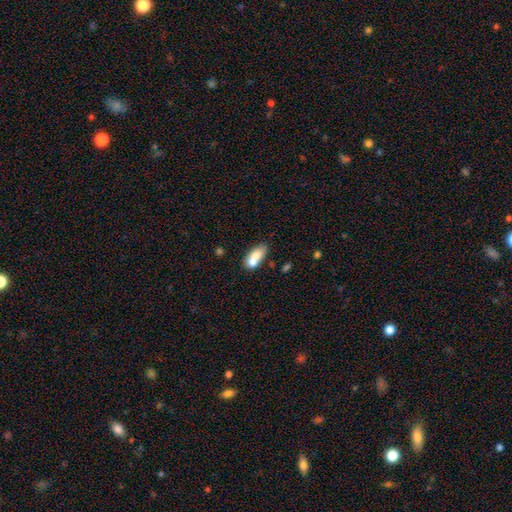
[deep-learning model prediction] A smooth galaxy with no disk features (70%) that is in between round and cigar-shaped (81%).

Vote fractions:
- Smooth or featured? smooth: 70% / featured or disk: 22% / star or artifact: 8%
- How rounded? in between: 81% / cigar-shaped: 11% / round: 8%
- Merging? merger: 50% / none: 32% / minor disturbance: 12% / major disturbance: 5%